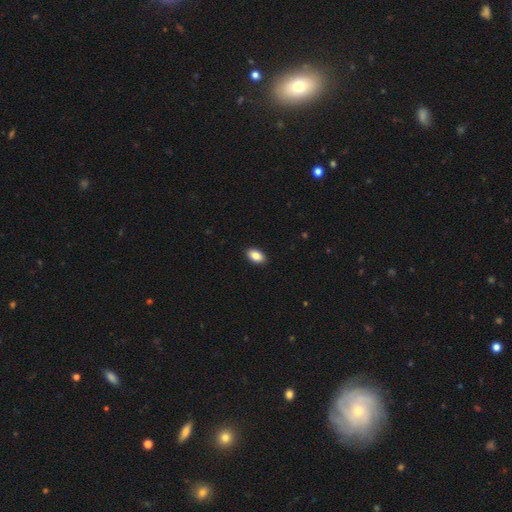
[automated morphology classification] Smooth or featured? smooth (88%)
How rounded? in between (93%)
Merging? none (91%)